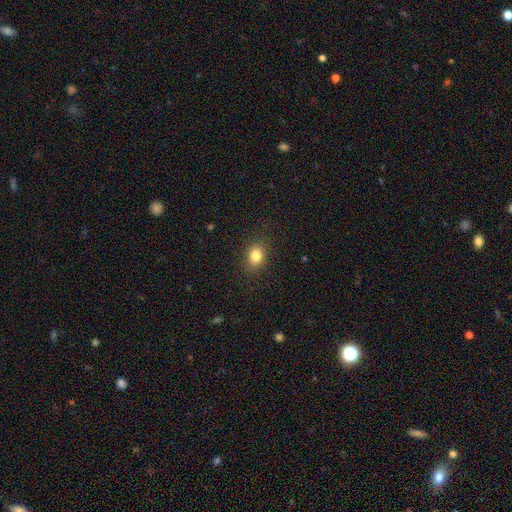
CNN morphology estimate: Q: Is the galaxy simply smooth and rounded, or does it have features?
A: smooth — 83%.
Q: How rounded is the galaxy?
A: in between — 60%.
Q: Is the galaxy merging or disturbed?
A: none — 87%.